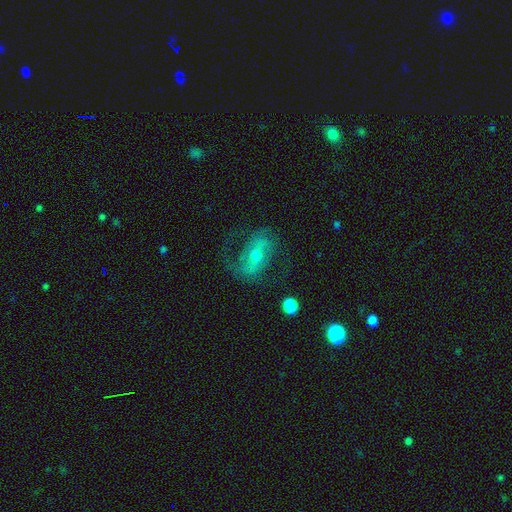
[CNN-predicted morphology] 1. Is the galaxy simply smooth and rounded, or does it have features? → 79% featured or disk, 14% smooth, 7% star or artifact.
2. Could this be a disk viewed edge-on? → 96% no, 4% yes.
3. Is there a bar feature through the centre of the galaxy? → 41% weak, 36% strong, 23% no.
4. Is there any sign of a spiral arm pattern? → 88% yes, 12% no.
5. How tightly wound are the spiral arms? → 49% medium, 35% loose, 17% tight.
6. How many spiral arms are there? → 84% 2, 7% can't tell, 5% 1, 2% 3, 1% 4, 1% more than 4.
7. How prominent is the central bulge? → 55% moderate, 40% small, 3% large, 1% none, 1% dominant.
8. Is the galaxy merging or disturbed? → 65% none, 17% minor disturbance, 17% major disturbance, 2% merger.